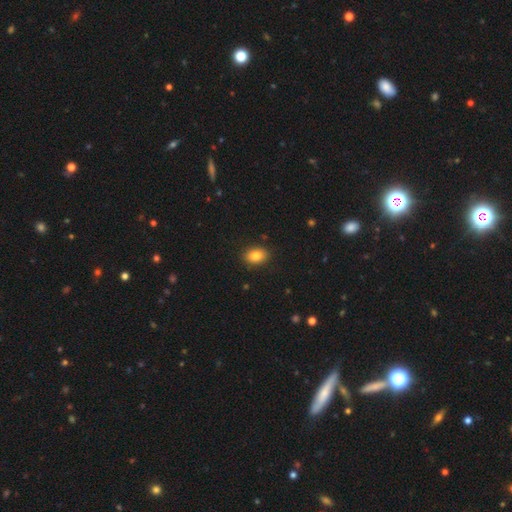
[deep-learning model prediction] This appears to be a smooth galaxy with no disk features (84%) that is in between round and cigar-shaped (78%). Merging: none (89%).